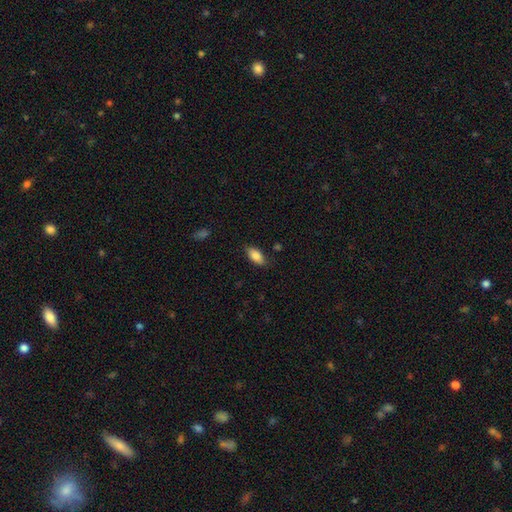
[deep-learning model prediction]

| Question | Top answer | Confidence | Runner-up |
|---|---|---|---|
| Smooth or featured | smooth | 84% | featured or disk (9%) |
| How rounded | in between | 89% | cigar-shaped (8%) |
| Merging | none | 81% | minor disturbance (15%) |